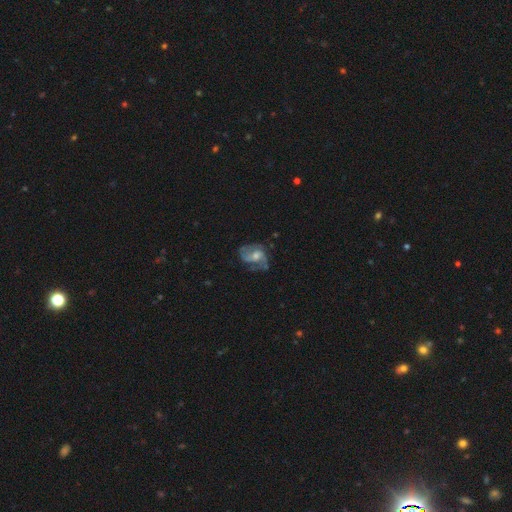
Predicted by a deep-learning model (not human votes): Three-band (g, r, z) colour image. It shows a featured or disk galaxy (73%) with no bar (49%), 2 (55%) medium (49%) spiral arms (87%) and a moderate central bulge (56%). Merging: none (60%).